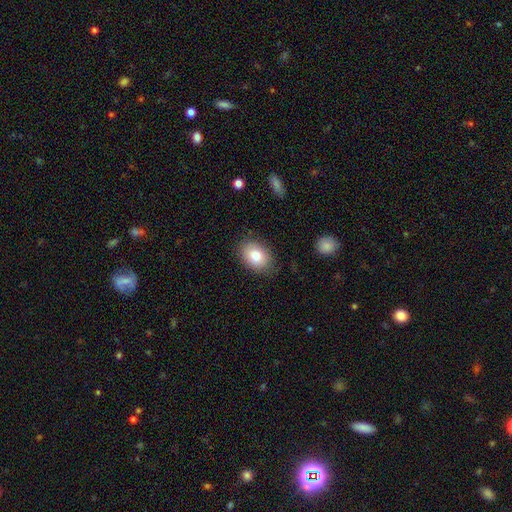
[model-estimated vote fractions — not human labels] smooth-or-featured: smooth: 82% | featured or disk: 11% | star or artifact: 7%
  how-rounded: in between: 77% | round: 22% | cigar-shaped: 1%
  merging: none: 81% | minor disturbance: 14% | major disturbance: 3% | merger: 1%